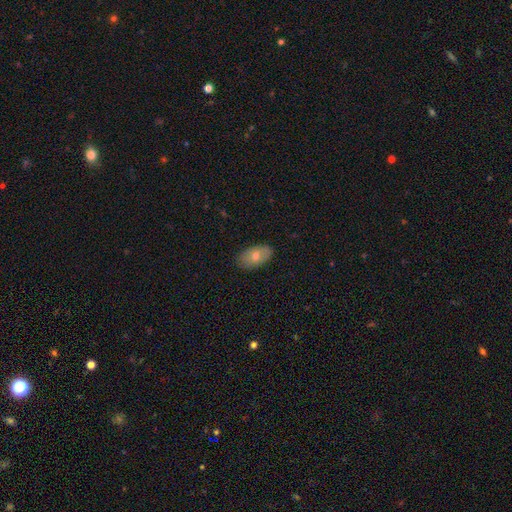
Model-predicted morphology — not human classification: smooth_or_featured: smooth (p=0.66) [alt: featured or disk p=0.27]
how_rounded: in between (p=0.92) [alt: round p=0.05]
merging: none (p=0.86) [alt: minor disturbance p=0.11]